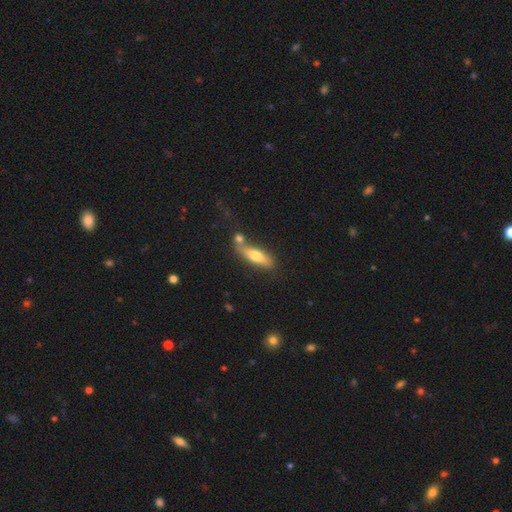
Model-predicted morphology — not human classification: Smooth or featured: smooth — 67% (featured or disk — 27%)
How rounded: cigar-shaped — 53% (in between — 44%)
Merging: none — 58% (merger — 23%)